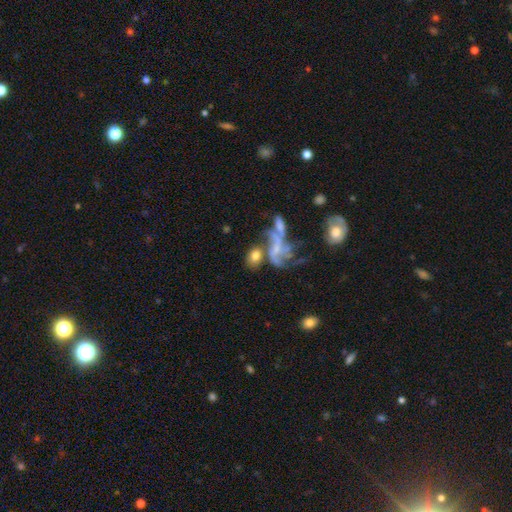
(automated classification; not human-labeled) Smooth or featured: smooth — 52% (featured or disk — 35%)
How rounded: in between — 71% (round — 25%)
Merging: merger — 41% (none — 31%)